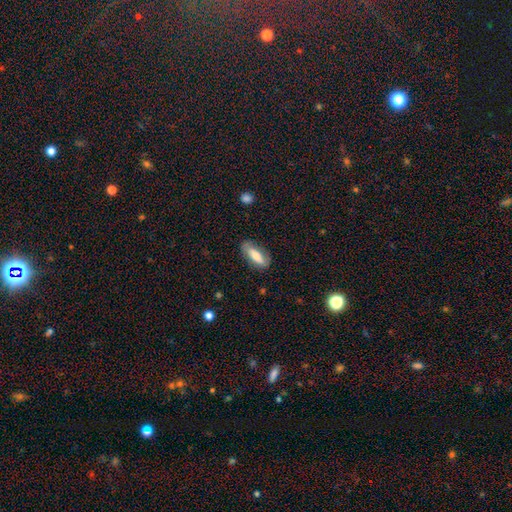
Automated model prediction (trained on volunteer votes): Q: Smooth or featured?
A: smooth (62%); runner-up: featured or disk (32%)
Q: How rounded?
A: in between (72%); runner-up: cigar-shaped (26%)
Q: Merging?
A: none (76%); runner-up: minor disturbance (17%)